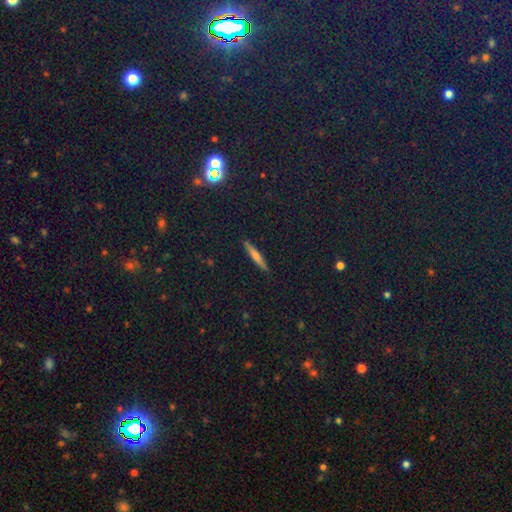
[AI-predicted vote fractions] A smooth galaxy with no disk features (50%).

Vote fractions:
- Smooth or featured? smooth: 50% / featured or disk: 39% / star or artifact: 12%
- Merging? none: 91% / minor disturbance: 7% / major disturbance: 2% / merger: 1%